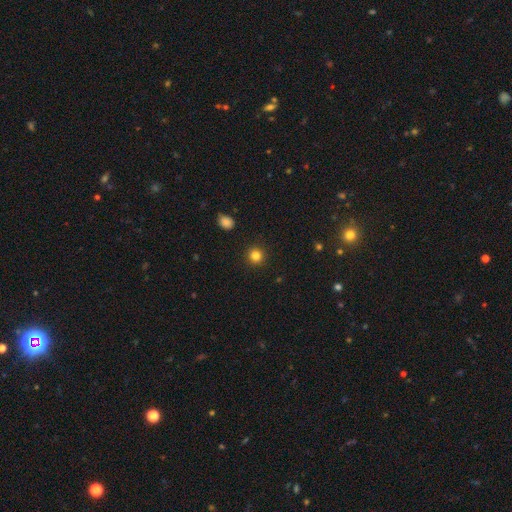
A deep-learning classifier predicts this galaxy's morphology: Smooth or featured: smooth — 83% (star or artifact — 12%)
How rounded: round — 93% (in between — 6%)
Merging: none — 92% (minor disturbance — 5%)